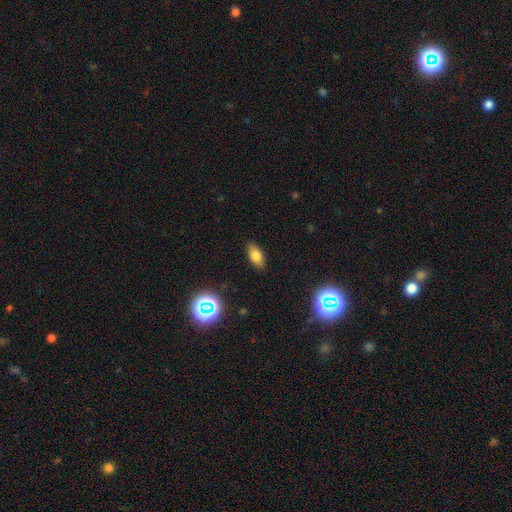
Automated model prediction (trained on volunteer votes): smooth-or-featured: smooth: 75% | star or artifact: 12% | featured or disk: 12%
  how-rounded: in between: 86% | cigar-shaped: 8% | round: 5%
  merging: none: 87% | minor disturbance: 9% | major disturbance: 2% | merger: 1%